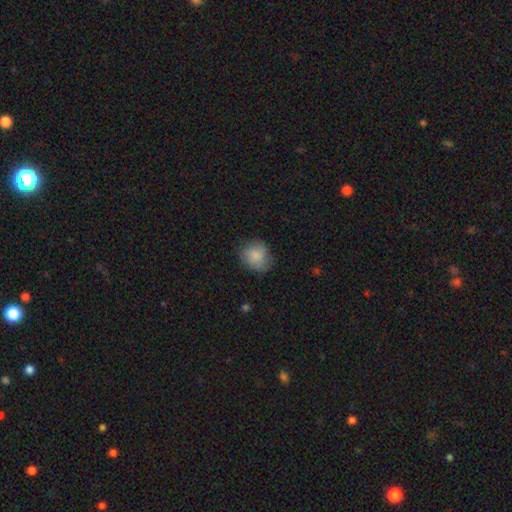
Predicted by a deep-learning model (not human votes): The model was most divided on "how rounded": round: 70%, in between: 29%, cigar-shaped: 1%. More confident: smooth or featured — smooth (82%); merging — none (71%).